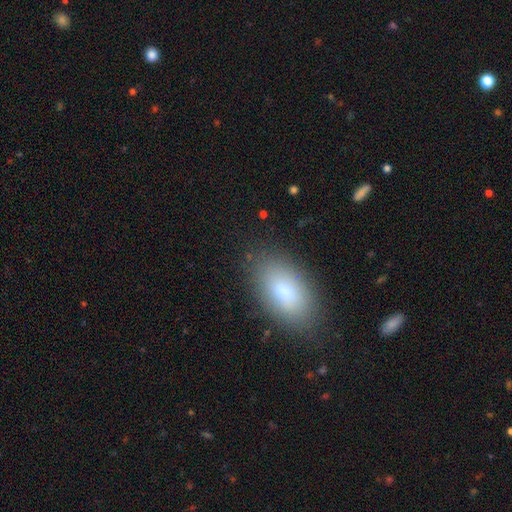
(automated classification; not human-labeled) Q: Smooth or featured?
A: smooth (81%); runner-up: star or artifact (10%)
Q: How rounded?
A: in between (92%); runner-up: round (4%)
Q: Merging?
A: none (87%); runner-up: minor disturbance (9%)